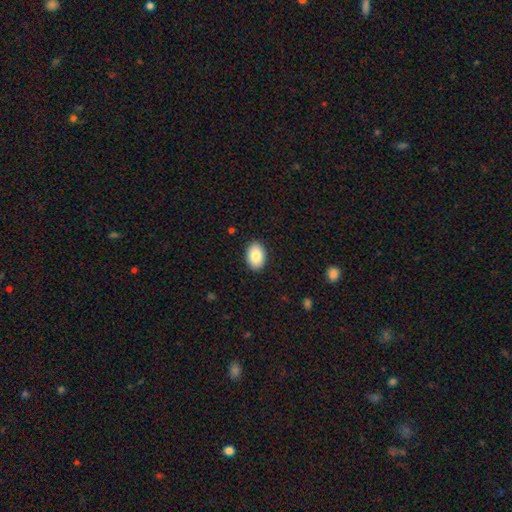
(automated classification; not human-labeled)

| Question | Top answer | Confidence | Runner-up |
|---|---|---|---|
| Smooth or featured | smooth | 87% | star or artifact (7%) |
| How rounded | in between | 86% | round (13%) |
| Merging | none | 89% | minor disturbance (8%) |